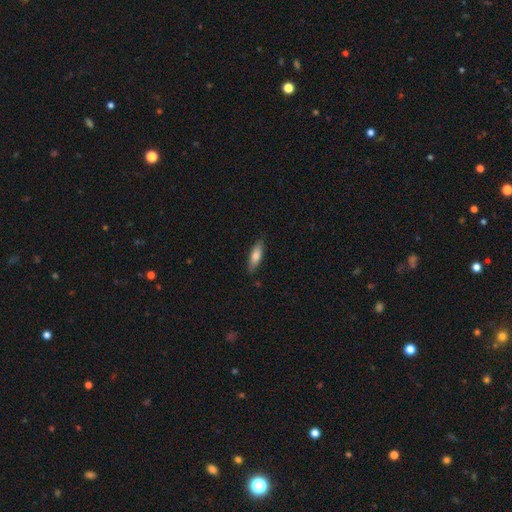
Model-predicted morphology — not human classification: smooth-or-featured: smooth: 74% | featured or disk: 20% | star or artifact: 6%
  how-rounded: in between: 52% | cigar-shaped: 47% | round: 2%
  merging: none: 84% | minor disturbance: 12% | major disturbance: 2% | merger: 1%